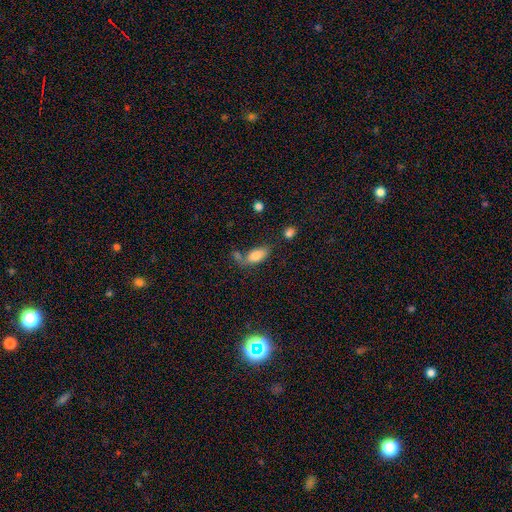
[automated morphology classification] A smooth galaxy with no disk features (81%) that is in between round and cigar-shaped (88%).

Vote fractions:
- Smooth or featured? smooth: 81% / featured or disk: 11% / star or artifact: 8%
- How rounded? in between: 88% / cigar-shaped: 9% / round: 3%
- Merging? none: 55% / minor disturbance: 19% / merger: 19% / major disturbance: 8%